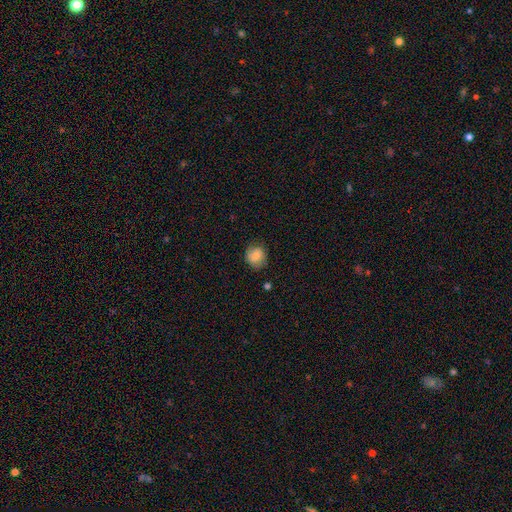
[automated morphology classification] A smooth galaxy with no disk features (81%) that is round (74%).

Vote fractions:
- Smooth or featured? smooth: 81% / featured or disk: 11% / star or artifact: 8%
- How rounded? round: 74% / in between: 25% / cigar-shaped: 1%
- Merging? none: 75% / minor disturbance: 19% / major disturbance: 5% / merger: 1%